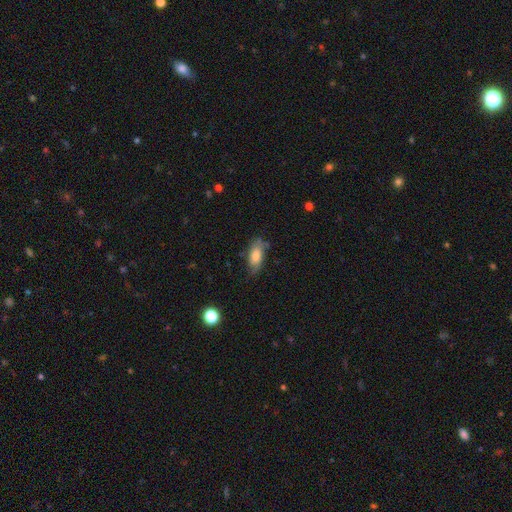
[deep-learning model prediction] This is likely a smooth galaxy (70%). How rounded: clearly in between (84%). Merging: likely none (61%).